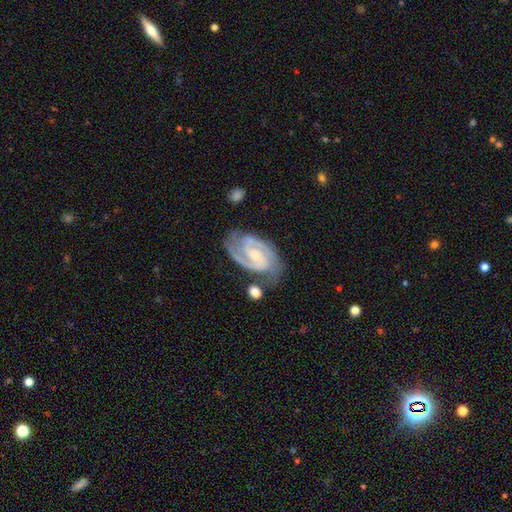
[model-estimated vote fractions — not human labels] This is clearly a featured or disk galaxy (90%). It is clearly not viewed edge-on (97%). Bar: possibly weak (46%). Spiral arm pattern: clearly yes (98%). Spiral arm count: clearly 2 (85%). Spiral winding: possibly tight (50%). Central bulge: possibly small (60%). Merging: likely none (71%).